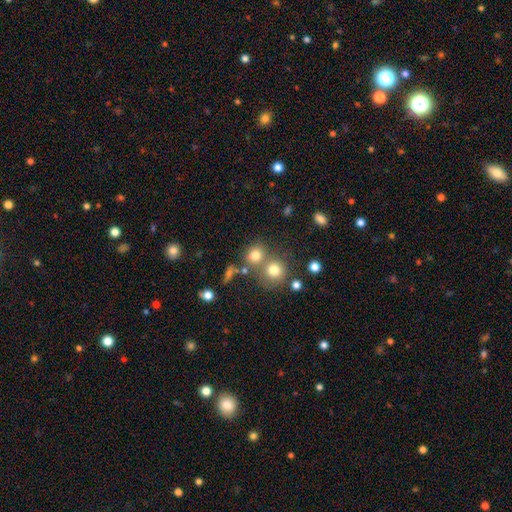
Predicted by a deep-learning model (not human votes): Smooth or featured: smooth — 76% (star or artifact — 14%)
How rounded: round — 79% (in between — 19%)
Merging: none — 53% (merger — 33%)